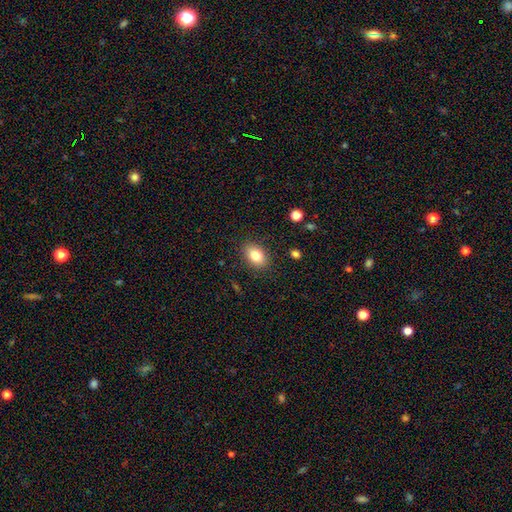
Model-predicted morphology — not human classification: Smooth or featured?
  - smooth: 81% *
  - featured or disk: 9%
  - star or artifact: 9%
How rounded?
  - in between: 79% *
  - round: 20%
  - cigar-shaped: 1%
Merging?
  - none: 87% *
  - minor disturbance: 9%
  - major disturbance: 3%
  - merger: 1%